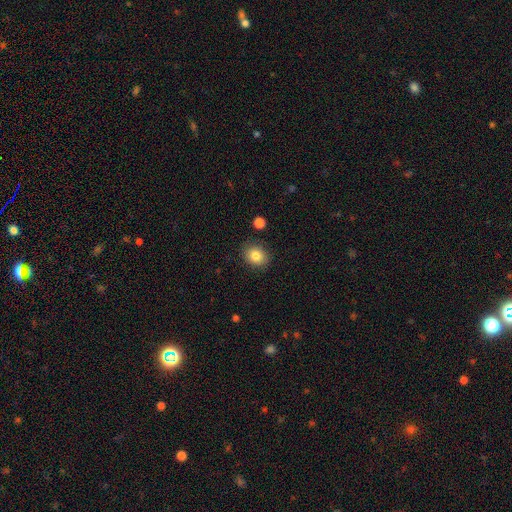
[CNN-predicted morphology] Overall: smooth (84%). How rounded: round (60%; in between 39%). Merging: none (87%).